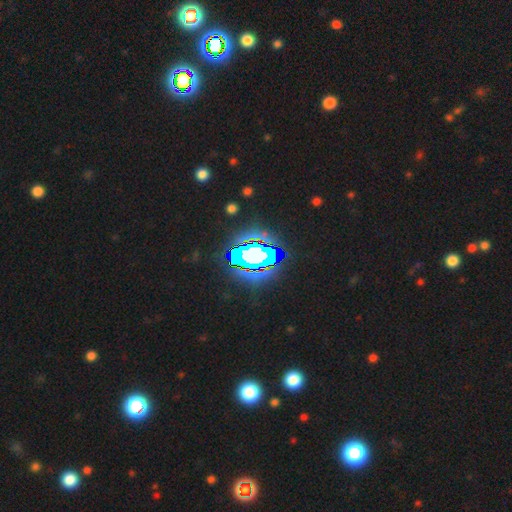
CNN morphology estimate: This appears to be a star or artifact, not a galaxy (68%).